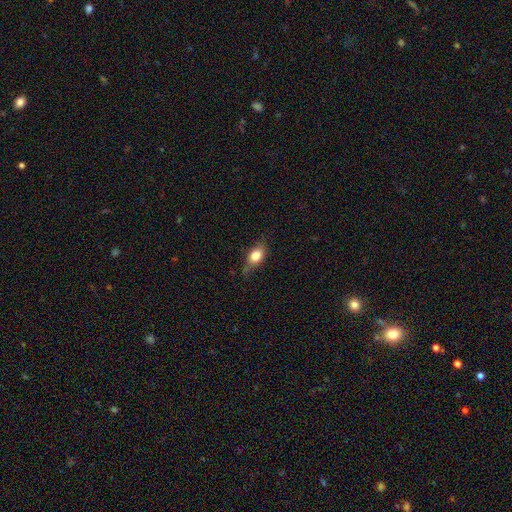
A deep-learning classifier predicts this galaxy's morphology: Overall: smooth (76%). How rounded: in between (77%). Merging: none (64%; minor disturbance 27%).